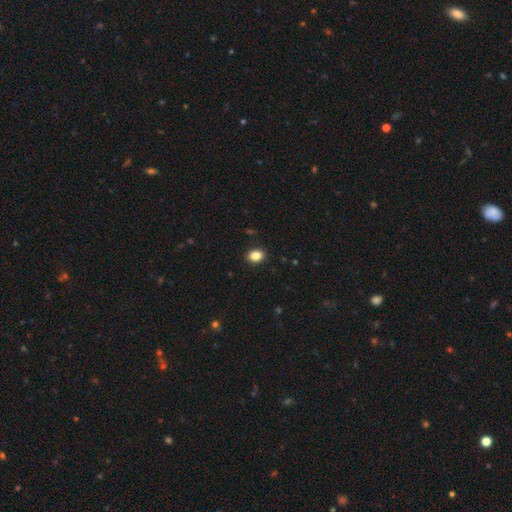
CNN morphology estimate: A smooth galaxy with no disk features (86%) that is in between round and cigar-shaped (64%). Merging: none (91%).